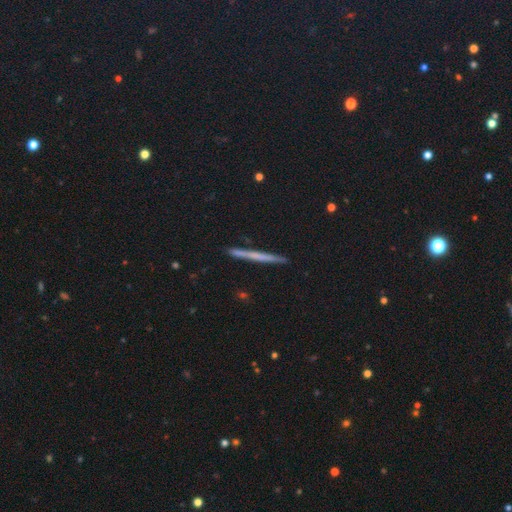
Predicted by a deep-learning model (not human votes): A featured or disk galaxy (46%, tied with smooth). Merging: none (91%).